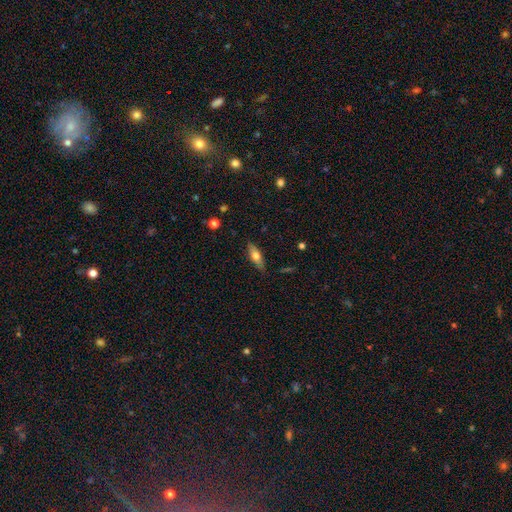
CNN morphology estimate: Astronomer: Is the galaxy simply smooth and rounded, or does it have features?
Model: smooth — 63%.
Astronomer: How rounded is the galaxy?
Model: in between — 65%.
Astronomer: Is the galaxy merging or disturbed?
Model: none — 81%.